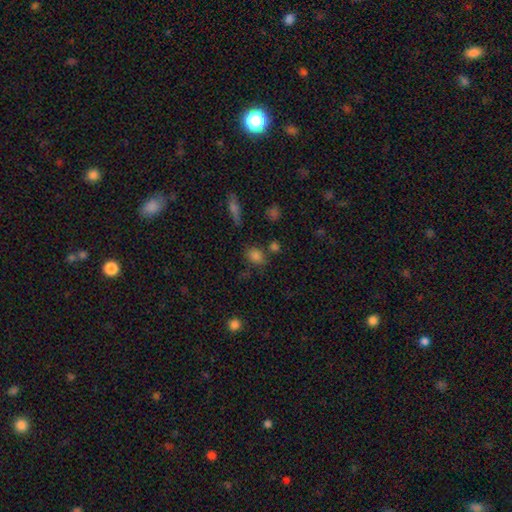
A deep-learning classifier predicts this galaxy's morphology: smooth_or_featured: smooth (p=0.79) [alt: star or artifact p=0.14]
how_rounded: in between (p=0.53) [alt: round p=0.45]
merging: none (p=0.70) [alt: minor disturbance p=0.15]